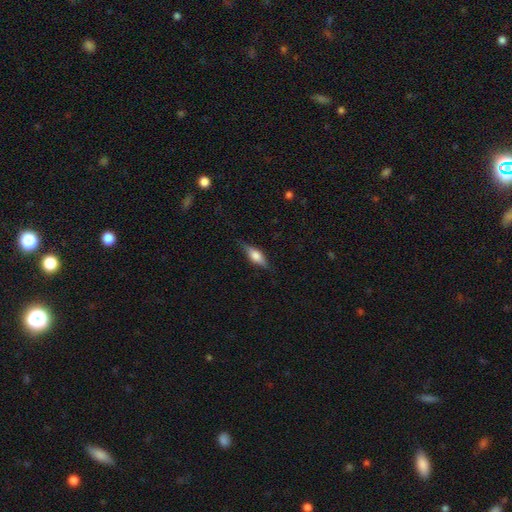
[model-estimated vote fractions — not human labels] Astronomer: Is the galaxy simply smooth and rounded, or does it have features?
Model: smooth — 50% (runner-up: featured or disk, 42%).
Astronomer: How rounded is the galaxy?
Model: in between — 63%.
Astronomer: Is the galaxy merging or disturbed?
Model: none — 80%.